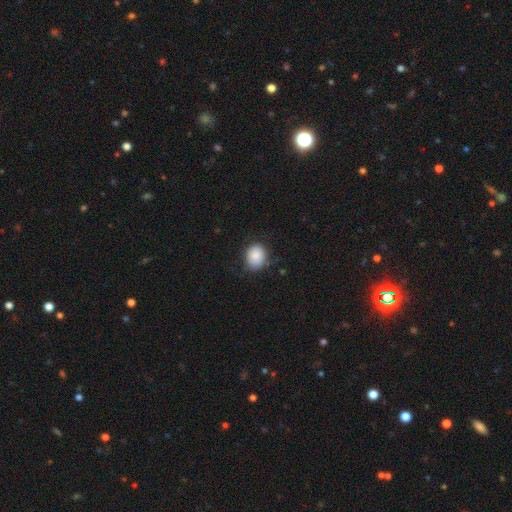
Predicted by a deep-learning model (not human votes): Smooth or featured: smooth — 86% (star or artifact — 7%)
How rounded: round — 57% (in between — 42%)
Merging: none — 73% (minor disturbance — 20%)